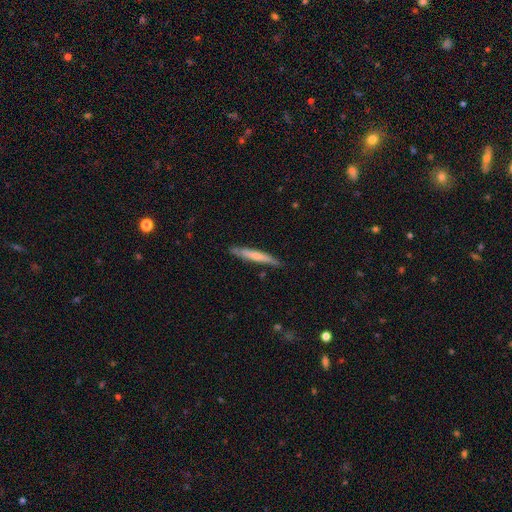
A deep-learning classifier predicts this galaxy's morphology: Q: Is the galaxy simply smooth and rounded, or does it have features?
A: smooth — 57%.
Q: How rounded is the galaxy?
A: cigar-shaped — 95%.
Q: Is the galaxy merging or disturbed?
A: none — 82%.